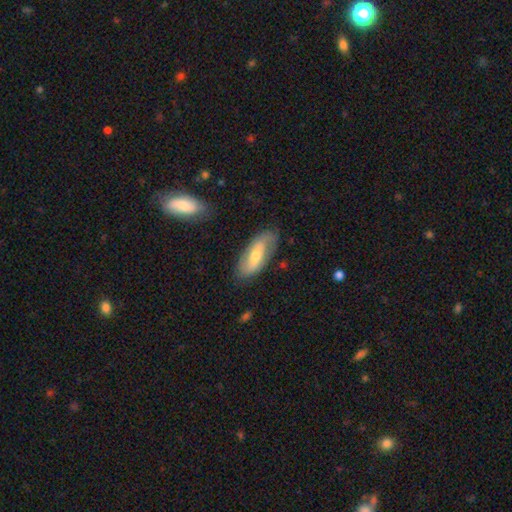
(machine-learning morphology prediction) smooth_or_featured: featured or disk (p=0.51) [alt: smooth p=0.42]
disk_edge_on: no (p=0.81) [alt: yes p=0.19]
merging: none (p=0.75) [alt: minor disturbance p=0.18]